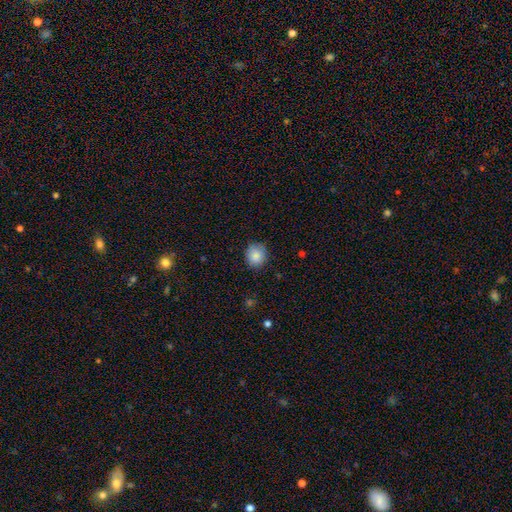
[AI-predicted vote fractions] smooth 87%, star or artifact 8%, featured or disk 5%. Down the decision tree: how rounded — round (79%); merging — none (83%).